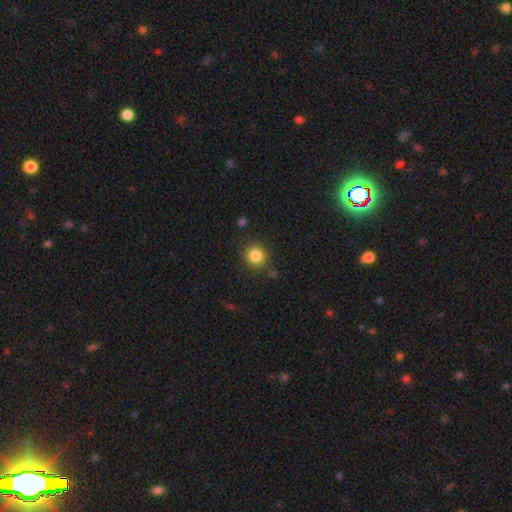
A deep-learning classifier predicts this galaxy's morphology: This appears to be a smooth galaxy with no disk features (84%) that is round (89%). Merging: none (86%).